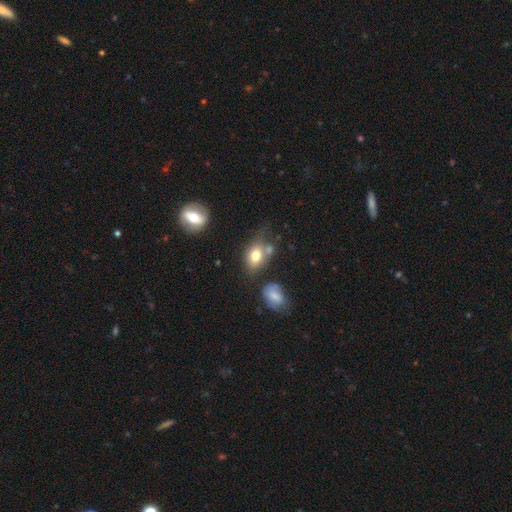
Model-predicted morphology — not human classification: Smooth or featured?
  - smooth: 75% *
  - featured or disk: 15%
  - star or artifact: 9%
How rounded?
  - in between: 75% *
  - round: 23%
  - cigar-shaped: 2%
Merging?
  - none: 47% *
  - minor disturbance: 23%
  - merger: 20%
  - major disturbance: 10%